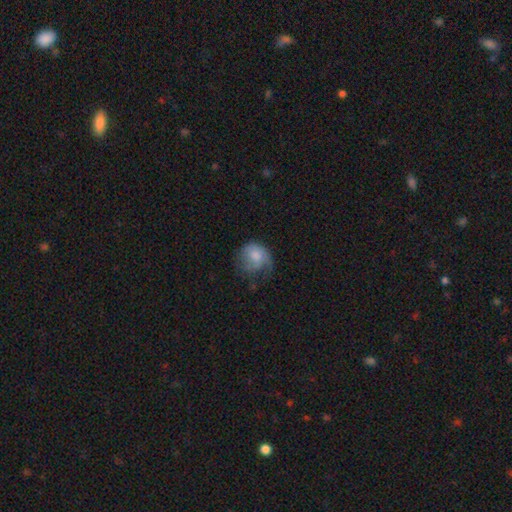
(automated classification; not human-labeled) Smooth or featured? smooth (62%)
How rounded? round (72%)
Merging? none (35%)